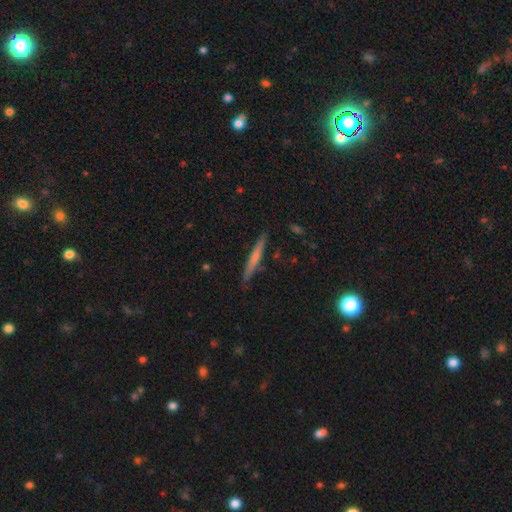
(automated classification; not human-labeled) Q: Smooth or featured?
A: smooth (51%); runner-up: featured or disk (42%)
Q: How rounded?
A: cigar-shaped (95%); runner-up: in between (3%)
Q: Merging?
A: none (88%); runner-up: minor disturbance (9%)